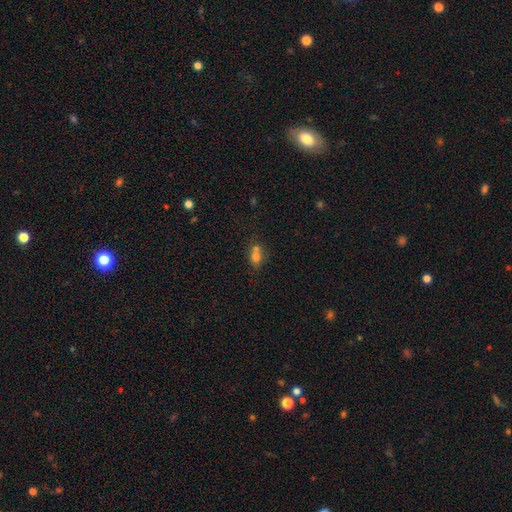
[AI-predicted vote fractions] Smooth or featured: smooth — 68% (star or artifact — 16%)
How rounded: in between — 53% (round — 43%)
Merging: merger — 48% (none — 38%)